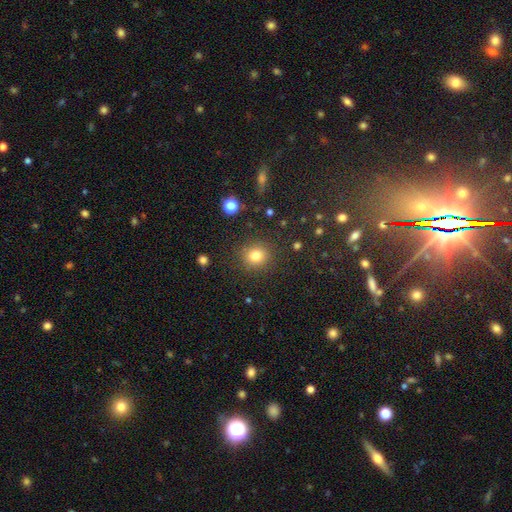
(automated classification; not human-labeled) Morphology: type=smooth (80%); roundness=round (89%); merging=none (88%).